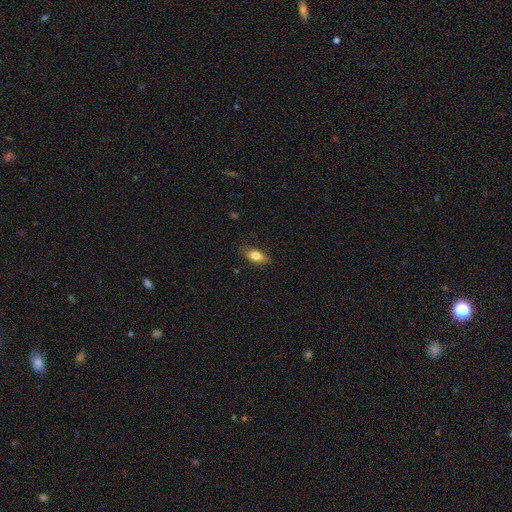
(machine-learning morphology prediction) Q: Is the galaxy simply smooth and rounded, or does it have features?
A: smooth — 75%.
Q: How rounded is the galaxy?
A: in between — 81%.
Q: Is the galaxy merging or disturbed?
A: none — 76%.